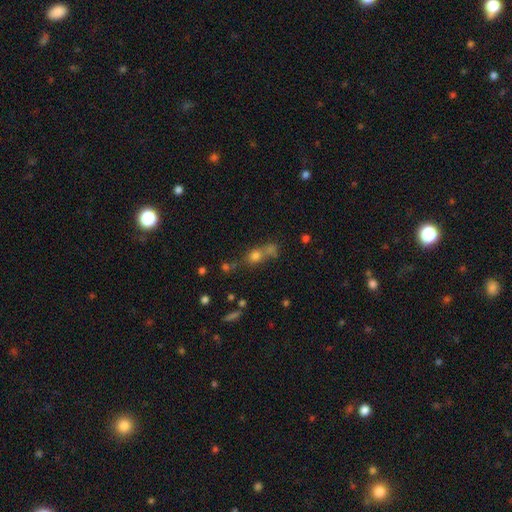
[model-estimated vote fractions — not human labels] Smooth or featured: smooth — 68% (star or artifact — 18%)
How rounded: round — 61% (in between — 32%)
Merging: merger — 41% (tied with none — 41%)